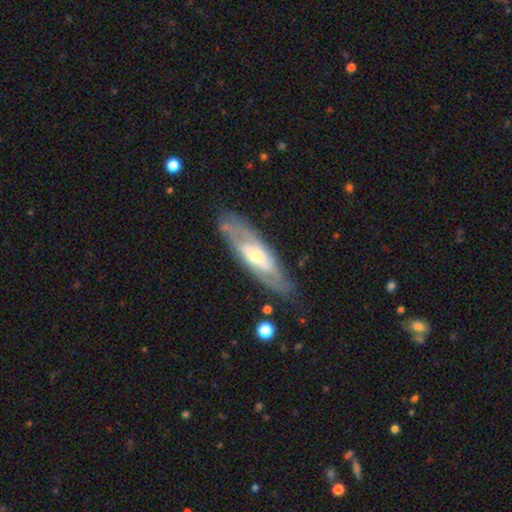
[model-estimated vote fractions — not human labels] This appears to be a featured or disk galaxy (71%) with no bar (59%), spiral arms (71%) and a moderate central bulge (48%). Merging: none (78%).